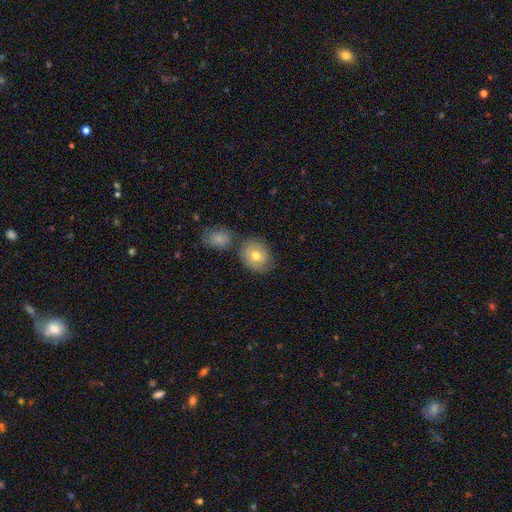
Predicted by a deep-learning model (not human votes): Smooth or featured: smooth — 71% (featured or disk — 21%)
How rounded: round — 61% (in between — 38%)
Merging: none — 65% (merger — 18%)